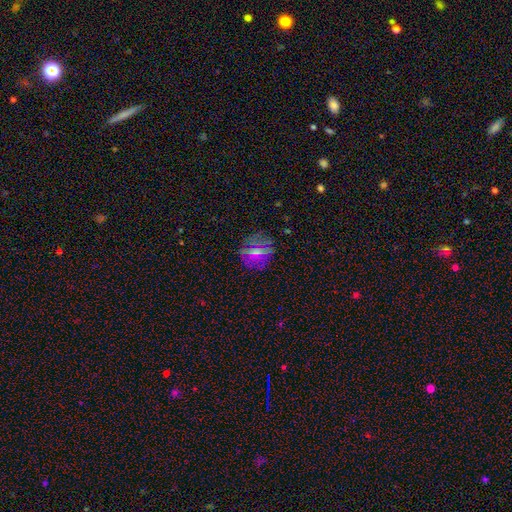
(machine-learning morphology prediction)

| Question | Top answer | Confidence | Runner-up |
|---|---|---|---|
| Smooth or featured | smooth | 51% | featured or disk (26%) |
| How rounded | round | 73% | in between (24%) |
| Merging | none | 79% | minor disturbance (13%) |